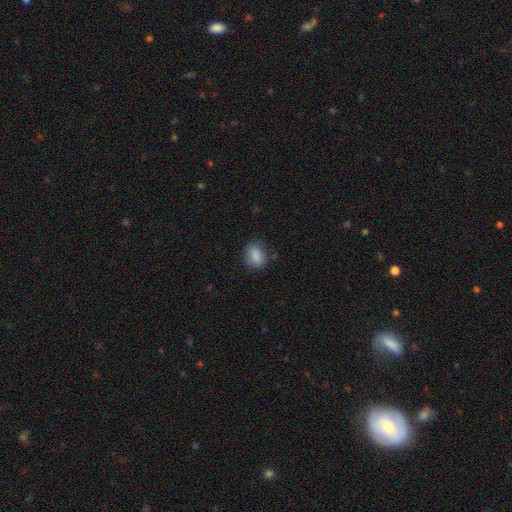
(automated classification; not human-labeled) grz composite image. It shows a smooth galaxy with no disk features (85%) that is in between round and cigar-shaped (69%). Merging: none (77%).